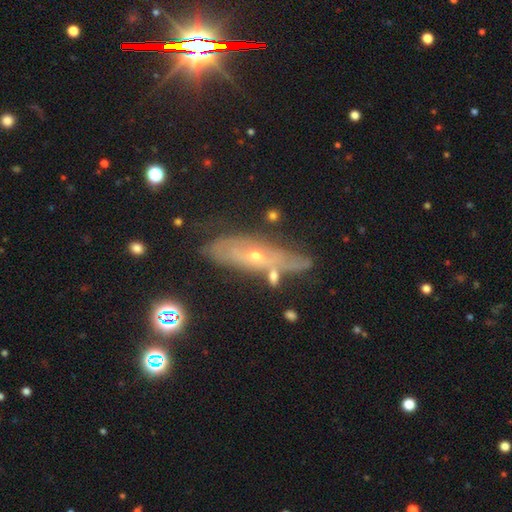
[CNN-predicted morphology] Q: Smooth or featured?
A: featured or disk (66%); runner-up: smooth (22%)
Q: Edge-on disk?
A: no (59%); runner-up: yes (41%)
Q: Merging?
A: none (66%); runner-up: minor disturbance (21%)